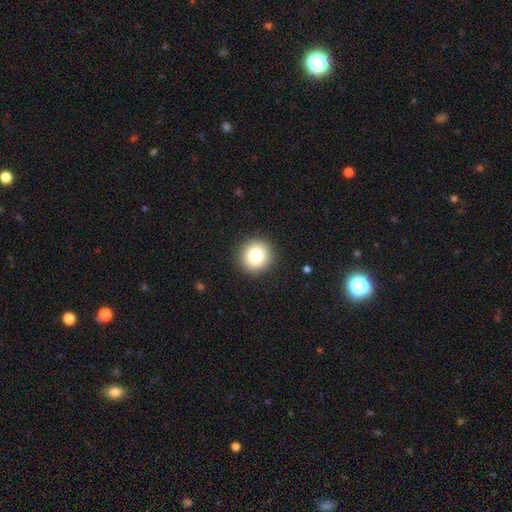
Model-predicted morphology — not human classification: This appears to be a smooth galaxy with no disk features (80%) that is round (93%). Merging: none (92%).